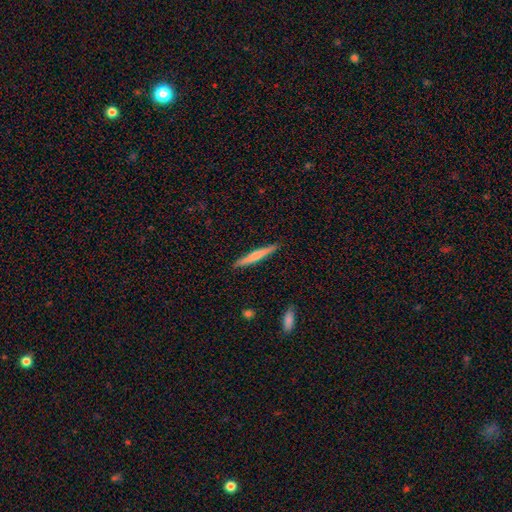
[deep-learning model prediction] Morphology: type=smooth (59%); roundness=cigar-shaped (96%); merging=none (91%).